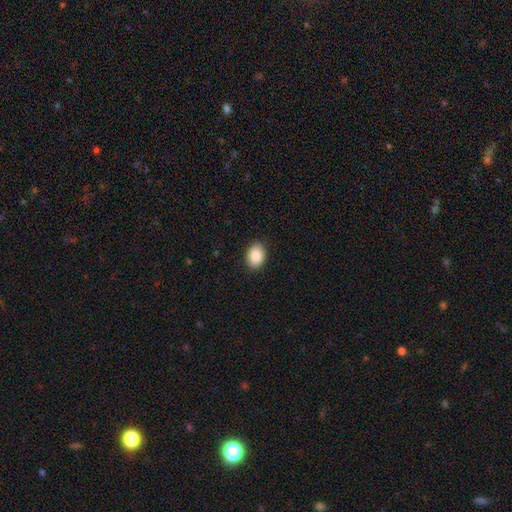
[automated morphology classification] Smooth or featured? Predicted: smooth (p=0.90). How rounded? Predicted: in between (p=0.77). Merging? Predicted: none (p=0.89).